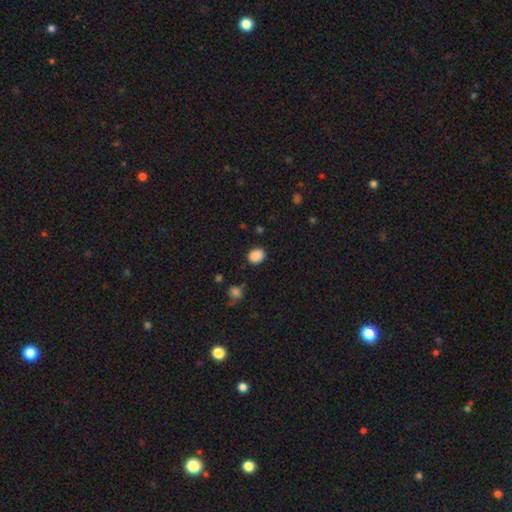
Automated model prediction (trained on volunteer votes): smooth_or_featured: smooth (p=0.87) [alt: star or artifact p=0.10]
how_rounded: round (p=0.60) [alt: in between p=0.39]
merging: none (p=0.82) [alt: minor disturbance p=0.12]